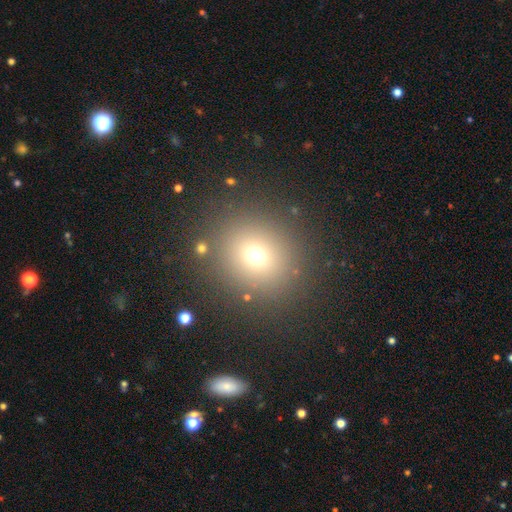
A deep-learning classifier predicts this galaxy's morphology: Q: Smooth or featured?
A: smooth (69%); runner-up: star or artifact (21%)
Q: How rounded?
A: round (86%); runner-up: in between (13%)
Q: Merging?
A: none (88%); runner-up: minor disturbance (6%)